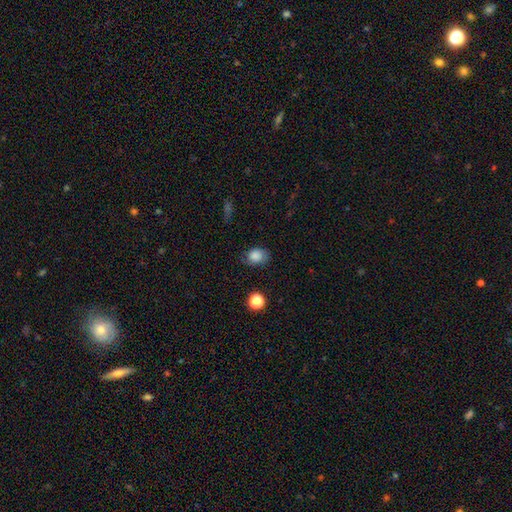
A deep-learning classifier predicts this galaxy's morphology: Smooth or featured: smooth — 79% (featured or disk — 11%)
How rounded: in between — 65% (round — 34%)
Merging: none — 66% (minor disturbance — 24%)